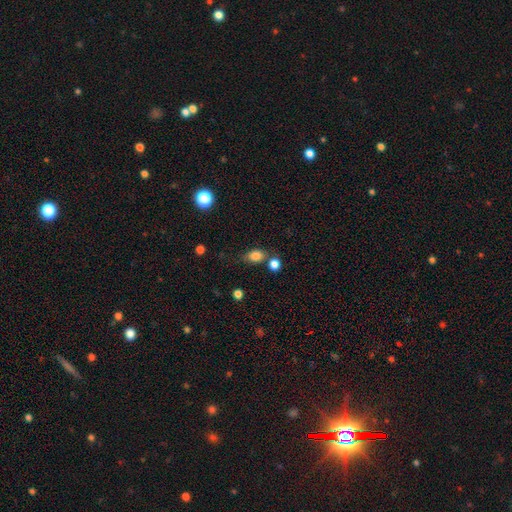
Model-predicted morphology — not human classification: Smooth or featured? Predicted: smooth (p=0.83). How rounded? Predicted: in between (p=0.66). Merging? Predicted: none (p=0.59).